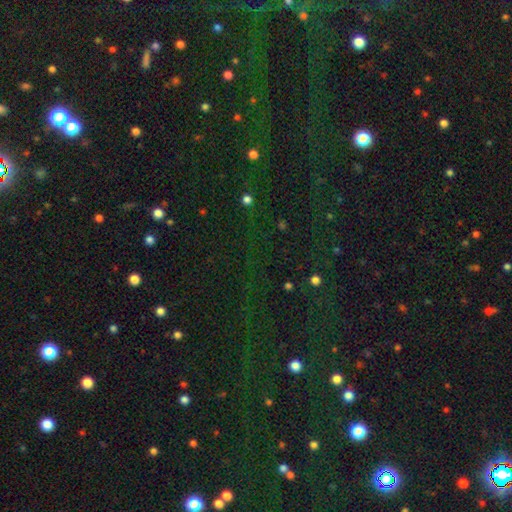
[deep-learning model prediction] Smooth or featured: star or artifact — 75% (smooth — 17%)